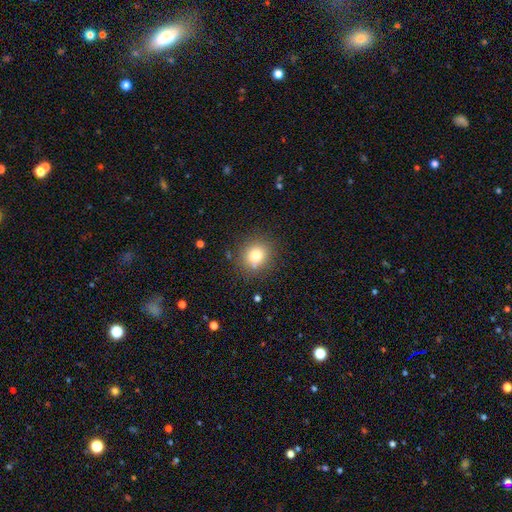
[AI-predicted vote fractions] A smooth galaxy with no disk features (78%) that is round (81%). Merging: none (82%).